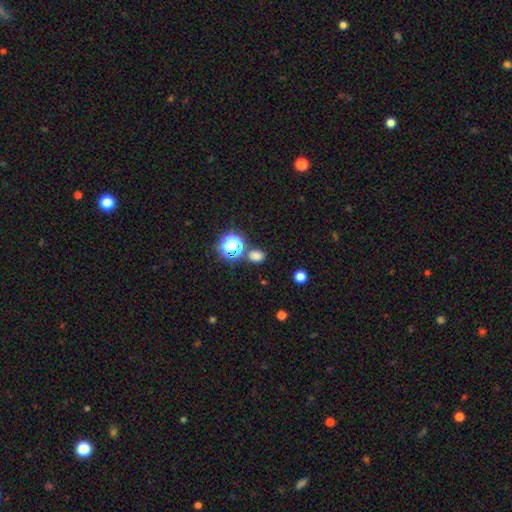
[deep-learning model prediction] smooth 72%, star or artifact 23%, featured or disk 5%. Down the decision tree: how rounded — round (51%); merging — none (77%).